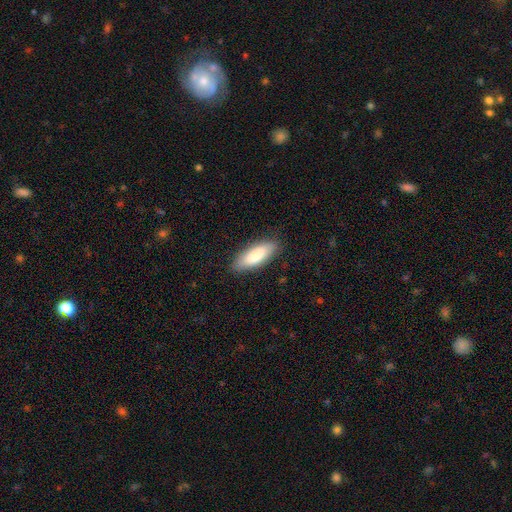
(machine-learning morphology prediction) This is clearly a smooth galaxy (83%). How rounded: likely in between (64%). Merging: clearly none (85%).